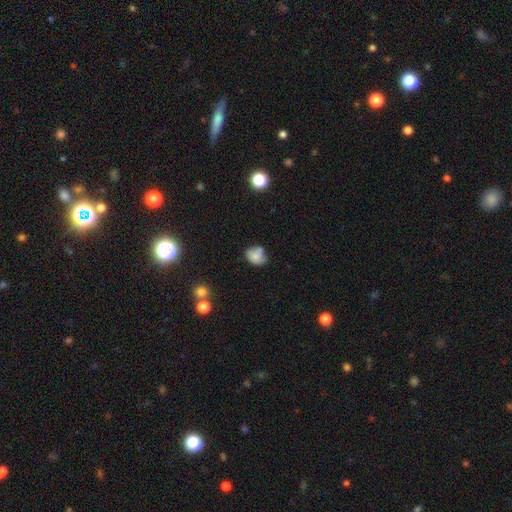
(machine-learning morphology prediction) Smooth or featured? Predicted: smooth (p=0.70). How rounded? Predicted: in between (p=0.50). Merging? Predicted: none (p=0.47).